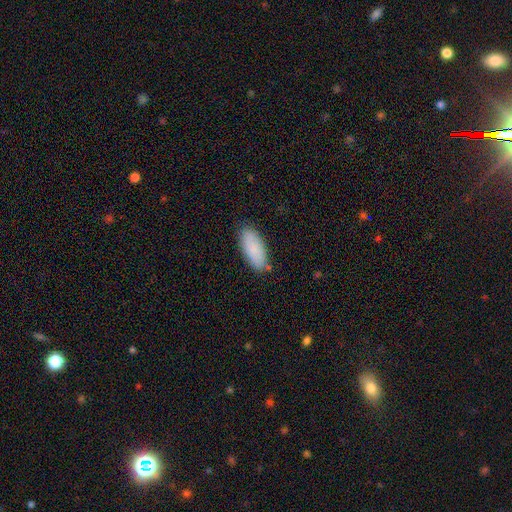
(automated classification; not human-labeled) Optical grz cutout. It shows a smooth galaxy with no disk features (86%) that is in between round and cigar-shaped (87%). Merging: none (80%).